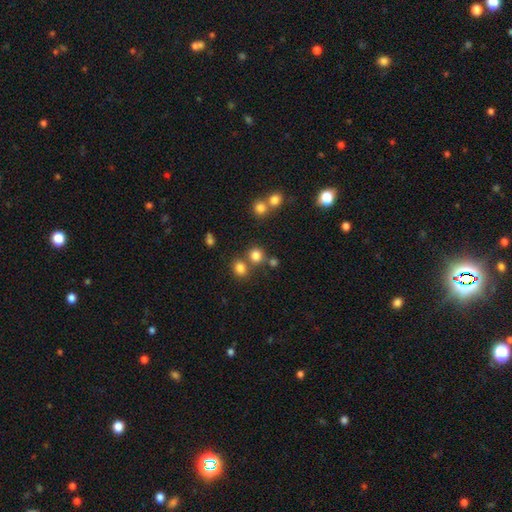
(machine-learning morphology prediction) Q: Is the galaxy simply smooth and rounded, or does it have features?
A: smooth — 78%.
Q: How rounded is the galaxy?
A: round — 86%.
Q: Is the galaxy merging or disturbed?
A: none — 68%.